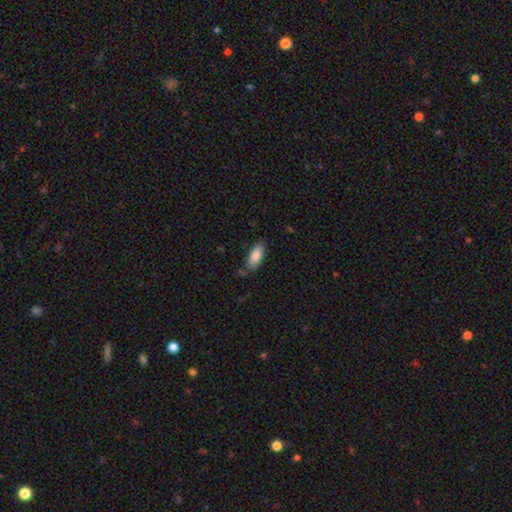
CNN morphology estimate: A smooth galaxy with no disk features (85%) that is in between round and cigar-shaped (81%).

Vote fractions:
- Smooth or featured? smooth: 85% / featured or disk: 9% / star or artifact: 6%
- How rounded? in between: 81% / cigar-shaped: 18% / round: 2%
- Merging? none: 76% / minor disturbance: 17% / merger: 4% / major disturbance: 3%